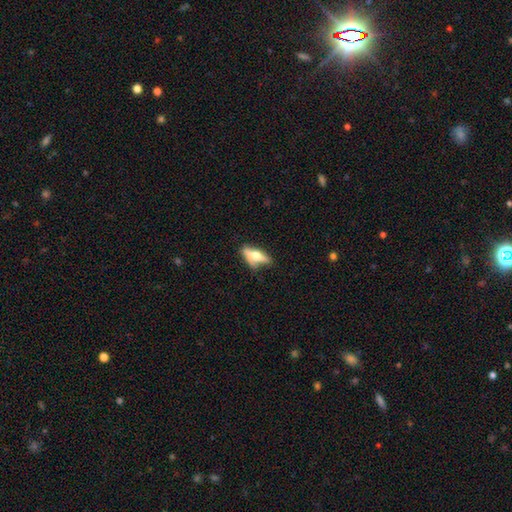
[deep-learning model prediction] A featured or disk galaxy (52%) viewed edge-on (77%).

Vote fractions:
- Smooth or featured? featured or disk: 52% / smooth: 40% / star or artifact: 7%
- Edge-on disk? yes: 77% / no: 23%
- Merging? none: 51% / minor disturbance: 24% / major disturbance: 17% / merger: 8%